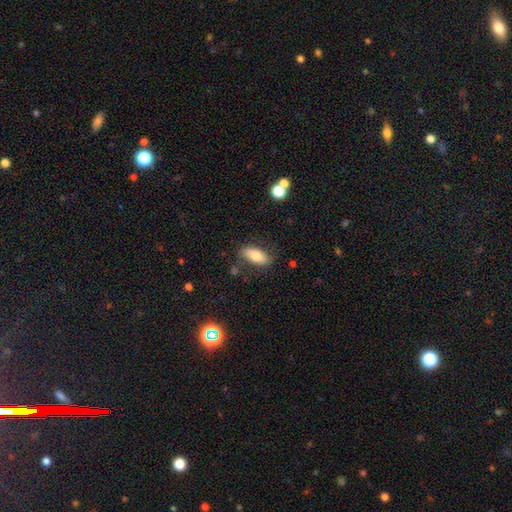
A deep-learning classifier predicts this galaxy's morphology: A smooth galaxy with no disk features (75%) that is in between round and cigar-shaped (86%). Merging: none (79%).